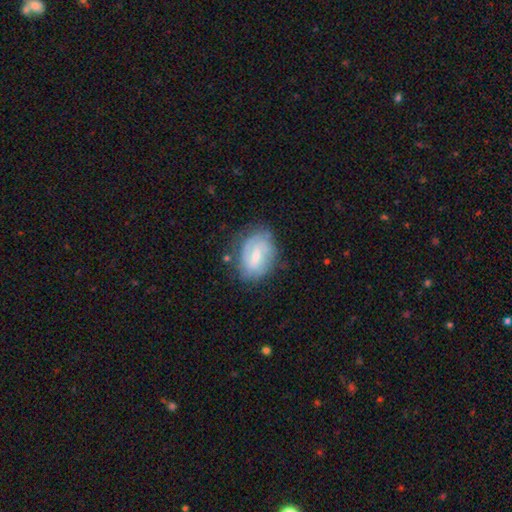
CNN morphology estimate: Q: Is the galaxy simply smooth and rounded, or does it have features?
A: featured or disk — 65%.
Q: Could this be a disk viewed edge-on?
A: no — 96%.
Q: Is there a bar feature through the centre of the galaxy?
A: weak — 57%.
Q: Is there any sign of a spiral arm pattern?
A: yes — 81%.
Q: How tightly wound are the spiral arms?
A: tight — 47%.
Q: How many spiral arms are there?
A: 2 — 49%.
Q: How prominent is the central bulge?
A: small — 49%.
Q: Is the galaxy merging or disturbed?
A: none — 68%.